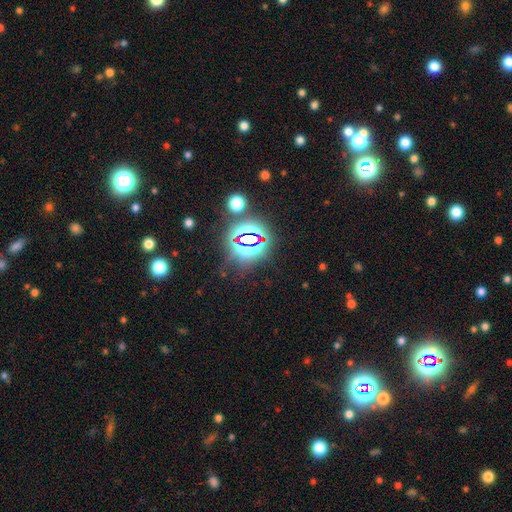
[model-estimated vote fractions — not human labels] A star or artifact, not a galaxy (78%).